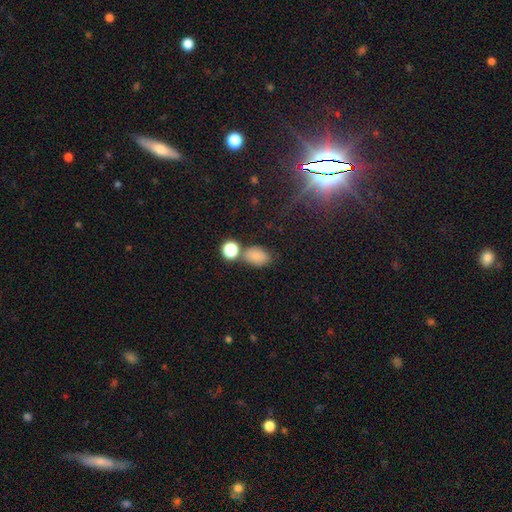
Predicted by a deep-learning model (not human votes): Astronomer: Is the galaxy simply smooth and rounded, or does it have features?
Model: smooth — 80%.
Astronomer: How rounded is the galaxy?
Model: in between — 78%.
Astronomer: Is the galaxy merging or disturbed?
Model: none — 63%.